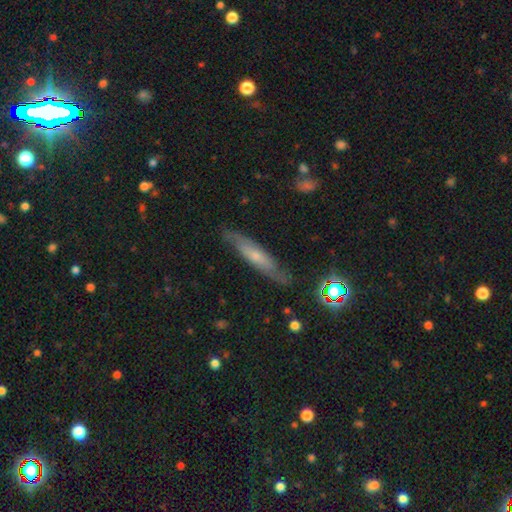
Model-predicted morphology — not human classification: A featured or disk galaxy (50%) viewed edge-on (62%). Merging: none (79%).